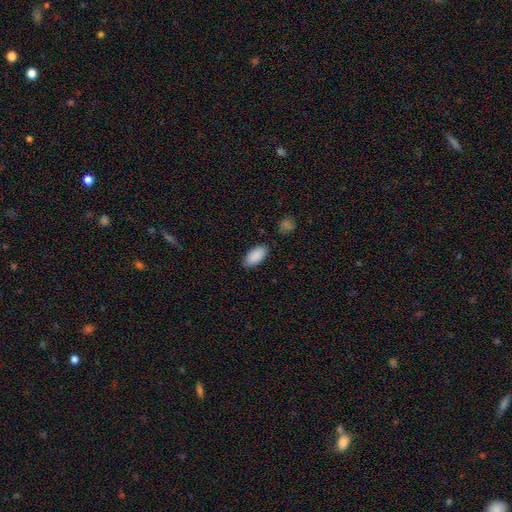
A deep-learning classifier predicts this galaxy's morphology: type=smooth (90%); roundness=in between (93%); merging=none (83%).